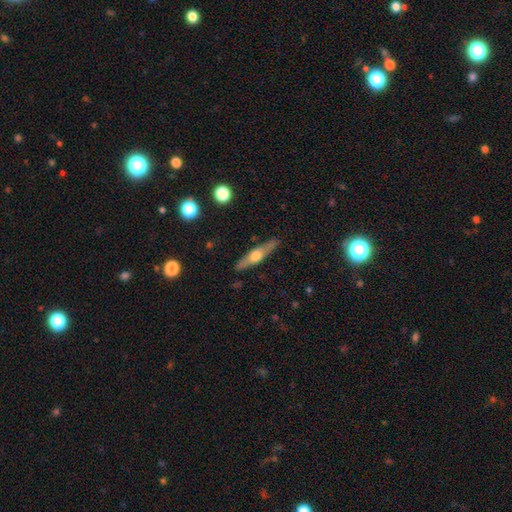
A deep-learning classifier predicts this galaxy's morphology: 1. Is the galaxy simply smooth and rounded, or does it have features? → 61% featured or disk, 34% smooth, 6% star or artifact.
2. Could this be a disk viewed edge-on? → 93% yes, 7% no.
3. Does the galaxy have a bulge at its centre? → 93% rounded, 4% boxy, 3% none.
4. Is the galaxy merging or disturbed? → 88% none, 9% minor disturbance, 2% major disturbance, 1% merger.